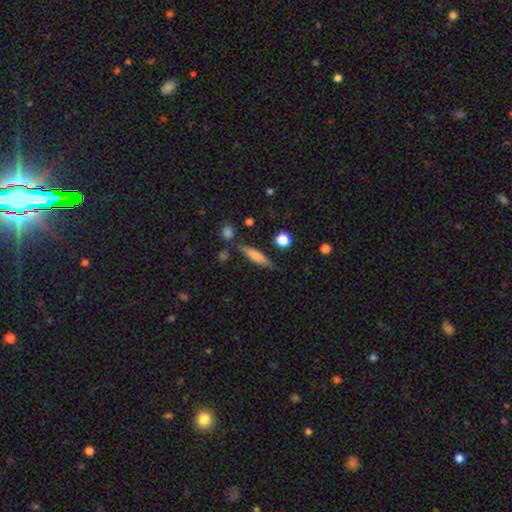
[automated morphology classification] smooth-or-featured: smooth: 65% | featured or disk: 28% | star or artifact: 7%
  how-rounded: cigar-shaped: 76% | in between: 21% | round: 3%
  merging: none: 74% | minor disturbance: 16% | merger: 6% | major disturbance: 4%